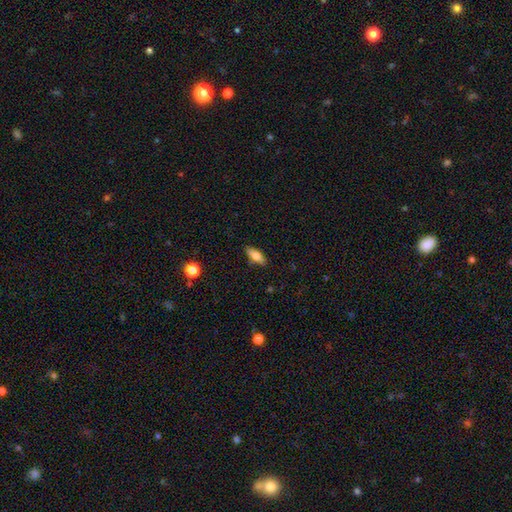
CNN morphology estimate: smooth_or_featured: smooth (p=0.74) [alt: featured or disk p=0.18]
how_rounded: in between (p=0.67) [alt: cigar-shaped p=0.30]
merging: none (p=0.86) [alt: minor disturbance p=0.10]